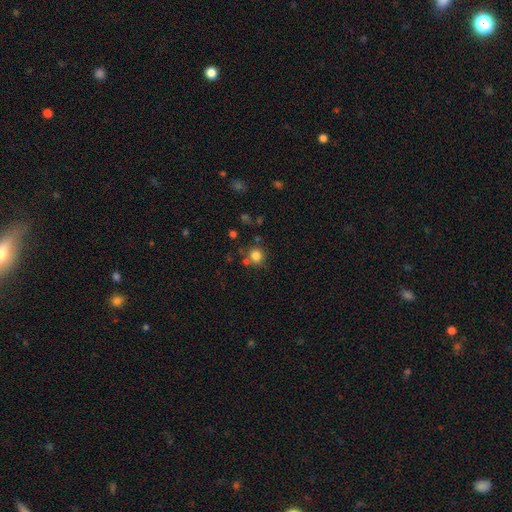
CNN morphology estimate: A smooth galaxy with no disk features (81%) that is round (90%).

Vote fractions:
- Smooth or featured? smooth: 81% / star or artifact: 12% / featured or disk: 6%
- How rounded? round: 90% / in between: 9% / cigar-shaped: 1%
- Merging? none: 74% / merger: 11% / minor disturbance: 11% / major disturbance: 4%